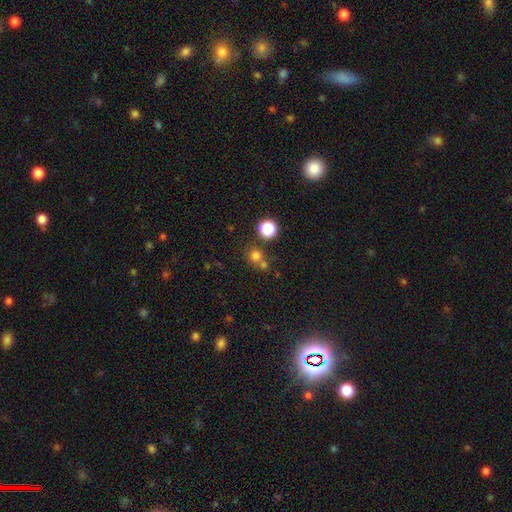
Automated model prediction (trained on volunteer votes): Morphology: type=smooth (73%); roundness=round (87%); merging=none (58%).